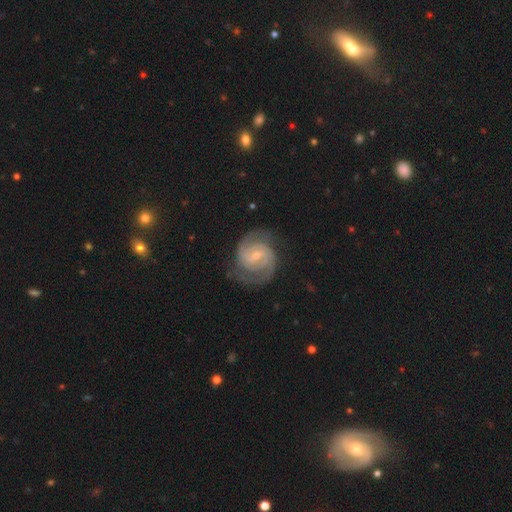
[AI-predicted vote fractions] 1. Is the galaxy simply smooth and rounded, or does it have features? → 91% featured or disk, 5% smooth, 4% star or artifact.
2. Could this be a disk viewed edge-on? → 98% no, 2% yes.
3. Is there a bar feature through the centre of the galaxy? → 53% weak, 27% no, 20% strong.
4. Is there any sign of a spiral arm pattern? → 98% yes, 2% no.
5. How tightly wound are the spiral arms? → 58% tight, 36% medium, 6% loose.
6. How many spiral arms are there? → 81% 2, 7% 3, 6% can't tell, 2% 4, 2% 1, 2% more than 4.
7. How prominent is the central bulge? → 63% small, 33% moderate, 2% none, 1% large, 1% dominant.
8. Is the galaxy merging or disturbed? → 77% none, 16% minor disturbance, 6% major disturbance, 1% merger.